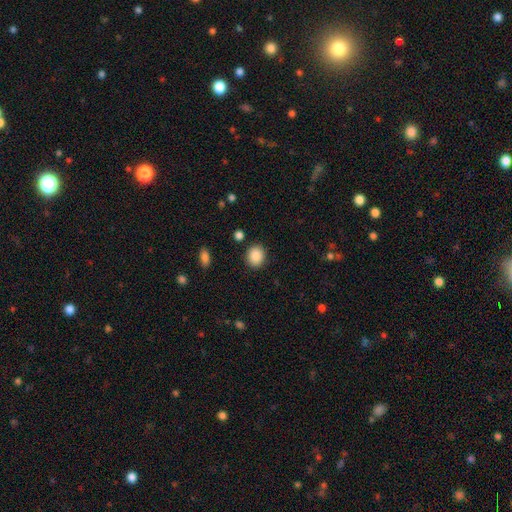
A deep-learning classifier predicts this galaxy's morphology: A smooth galaxy with no disk features (88%) that is round (69%). Merging: none (88%).